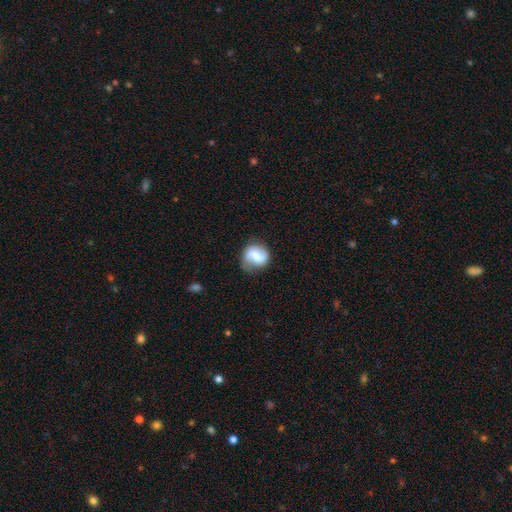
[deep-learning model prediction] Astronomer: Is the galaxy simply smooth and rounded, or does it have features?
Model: smooth — 52% (runner-up: featured or disk, 41%).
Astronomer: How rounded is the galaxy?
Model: round — 73%.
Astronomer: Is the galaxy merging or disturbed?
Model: none — 67%.